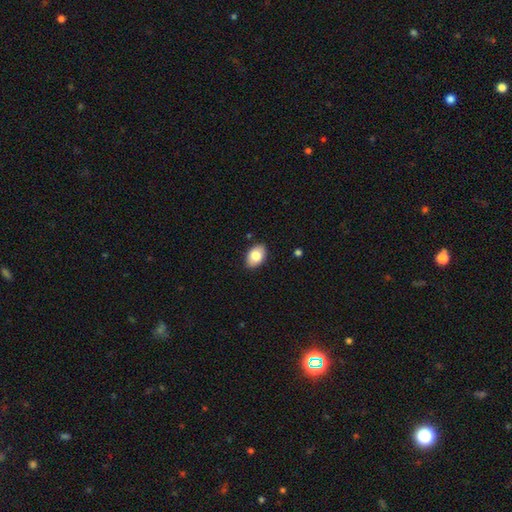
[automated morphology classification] A smooth galaxy with no disk features (82%) that is in between round and cigar-shaped (88%).

Vote fractions:
- Smooth or featured? smooth: 82% / featured or disk: 11% / star or artifact: 7%
- How rounded? in between: 88% / round: 11% / cigar-shaped: 1%
- Merging? none: 87% / minor disturbance: 10% / major disturbance: 2% / merger: 1%